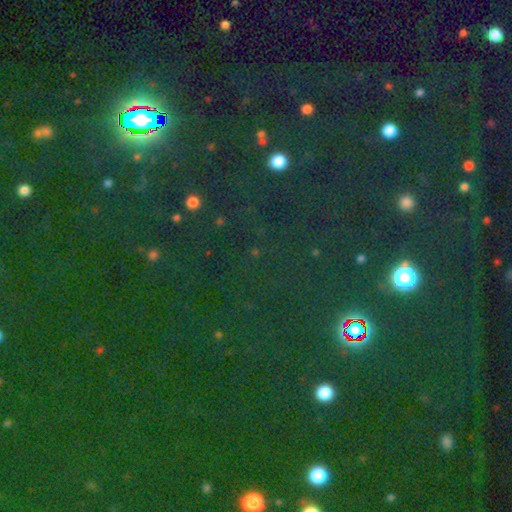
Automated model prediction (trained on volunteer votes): Smooth or featured: star or artifact — 78% (smooth — 14%)